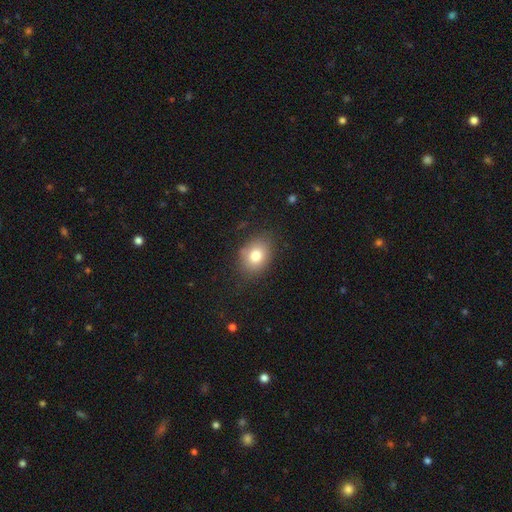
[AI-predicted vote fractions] smooth_or_featured: smooth (p=0.80) [alt: featured or disk p=0.11]
how_rounded: in between (p=0.64) [alt: round p=0.35]
merging: none (p=0.79) [alt: minor disturbance p=0.15]